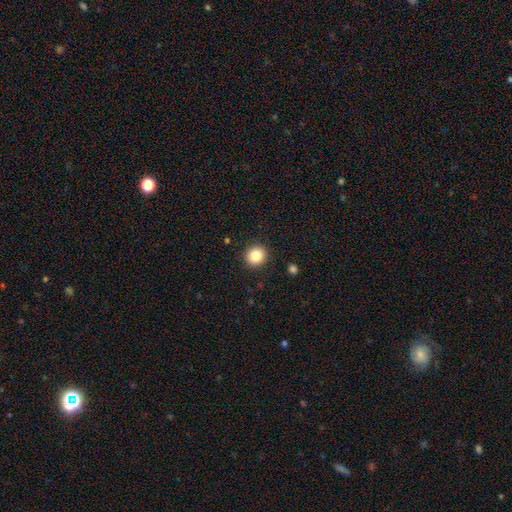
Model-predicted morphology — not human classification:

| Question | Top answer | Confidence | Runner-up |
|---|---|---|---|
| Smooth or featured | smooth | 85% | star or artifact (10%) |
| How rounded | round | 87% | in between (13%) |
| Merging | none | 91% | minor disturbance (6%) |